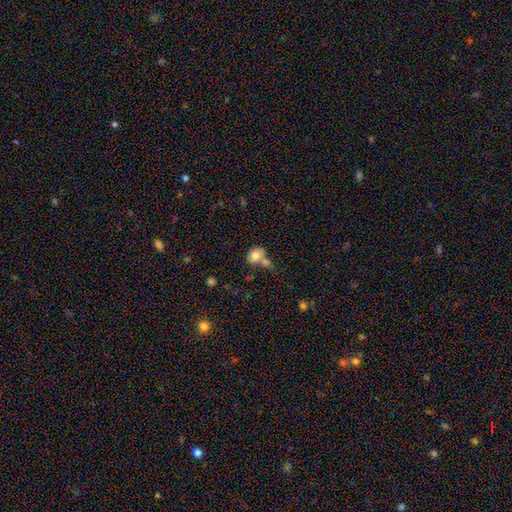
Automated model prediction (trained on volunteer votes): This is likely a smooth galaxy (76%). How rounded: possibly round (51%). Merging: marginally merger (44%).